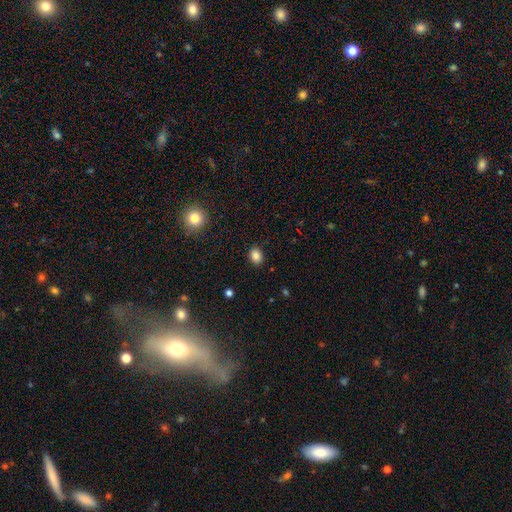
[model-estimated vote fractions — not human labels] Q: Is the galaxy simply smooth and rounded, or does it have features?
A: smooth — 85%.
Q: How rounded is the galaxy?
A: in between — 53%.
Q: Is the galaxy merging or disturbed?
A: none — 88%.